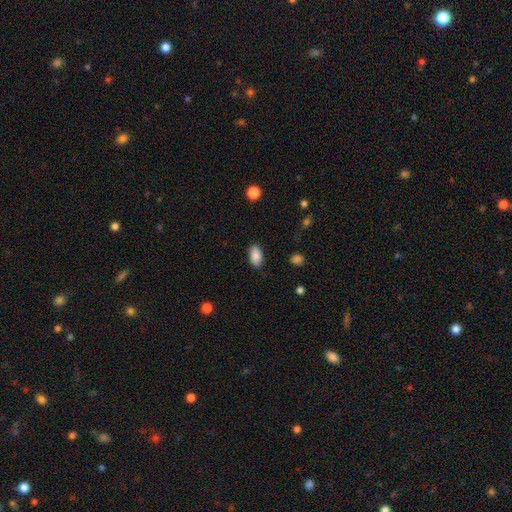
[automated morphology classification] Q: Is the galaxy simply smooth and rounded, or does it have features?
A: smooth — 89%.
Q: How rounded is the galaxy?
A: in between — 94%.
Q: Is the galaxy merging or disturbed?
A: none — 87%.